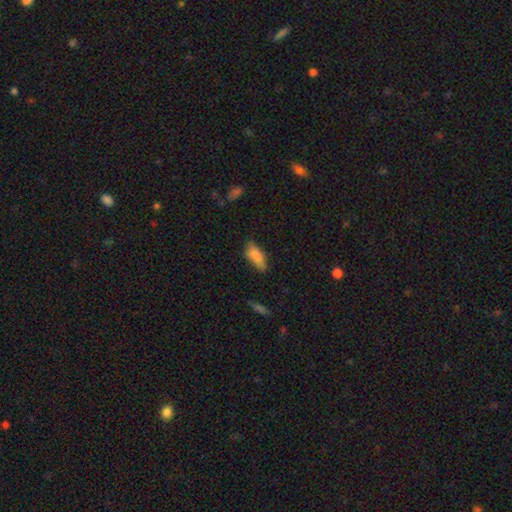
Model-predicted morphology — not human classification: Q: Smooth or featured?
A: smooth (82%); runner-up: featured or disk (9%)
Q: How rounded?
A: in between (79%); runner-up: cigar-shaped (18%)
Q: Merging?
A: none (58%); runner-up: minor disturbance (31%)